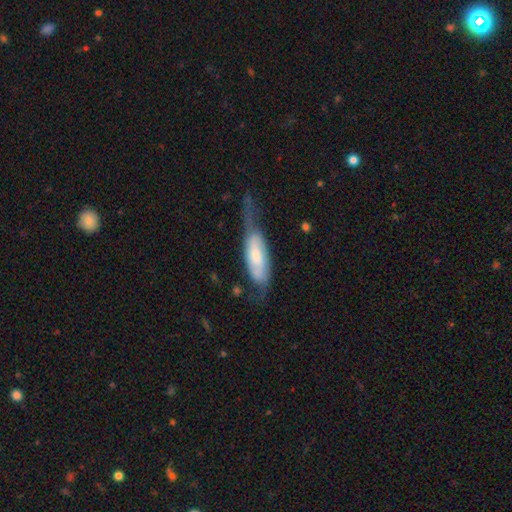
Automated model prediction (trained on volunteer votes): Smooth or featured? featured or disk (53%)
Edge-on disk? no (72%)
Merging? none (34%)